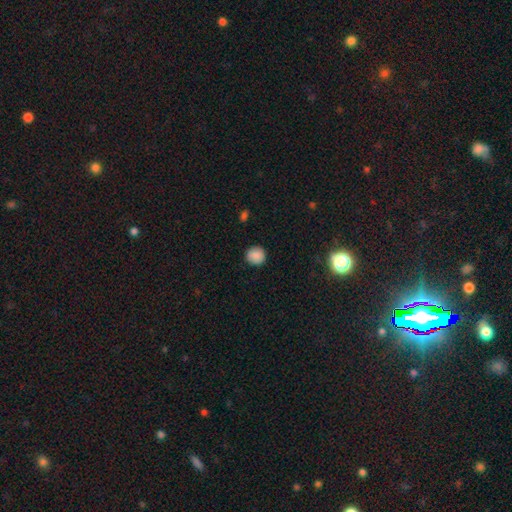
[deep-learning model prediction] smooth_or_featured: smooth (p=0.87) [alt: star or artifact p=0.09]
how_rounded: round (p=0.92) [alt: in between p=0.07]
merging: none (p=0.89) [alt: minor disturbance p=0.08]